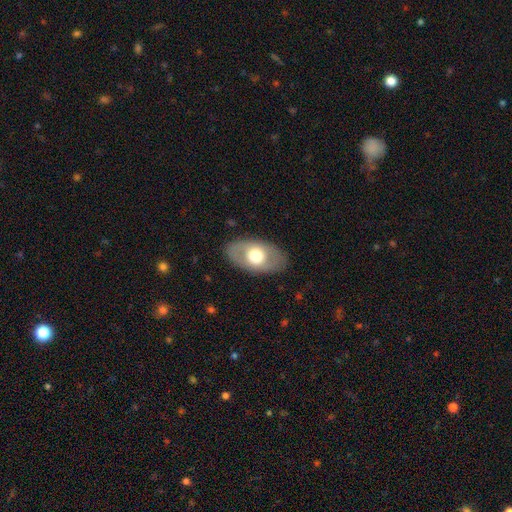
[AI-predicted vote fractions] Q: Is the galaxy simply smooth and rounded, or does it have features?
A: smooth — 51%.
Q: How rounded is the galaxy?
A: in between — 89%.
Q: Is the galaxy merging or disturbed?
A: none — 83%.